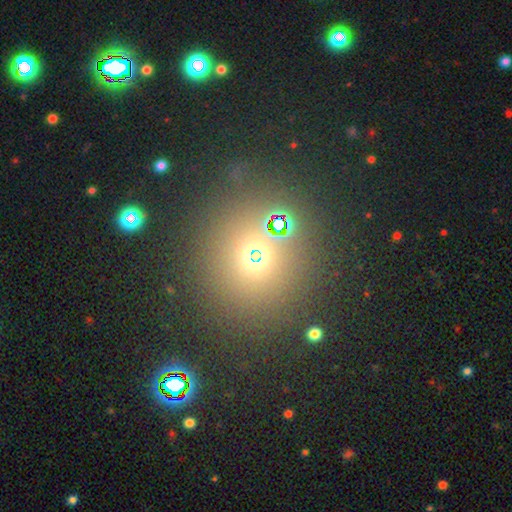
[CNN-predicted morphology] Smooth or featured?
  - smooth: 49% *
  - star or artifact: 38%
  - featured or disk: 13%
Merging?
  - none: 75% *
  - minor disturbance: 10%
  - merger: 9%
  - major disturbance: 5%